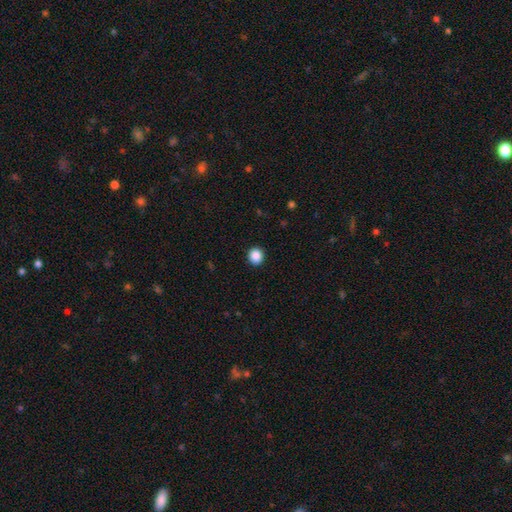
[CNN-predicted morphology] smooth_or_featured: smooth (p=0.88) [alt: star or artifact p=0.10]
how_rounded: round (p=0.88) [alt: in between p=0.12]
merging: none (p=0.92) [alt: minor disturbance p=0.05]